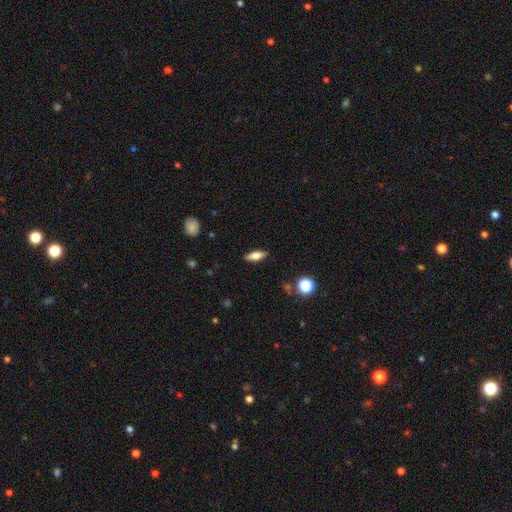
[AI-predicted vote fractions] Smooth or featured? smooth (58%)
How rounded? in between (62%)
Merging? none (87%)